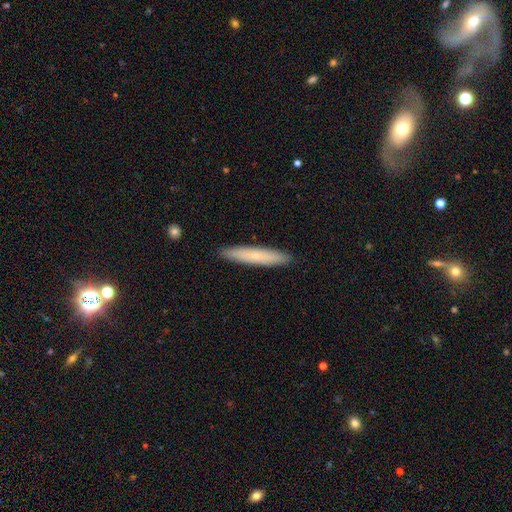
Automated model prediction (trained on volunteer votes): A smooth galaxy with no disk features (69%) that is cigar-shaped (93%). Merging: none (91%).